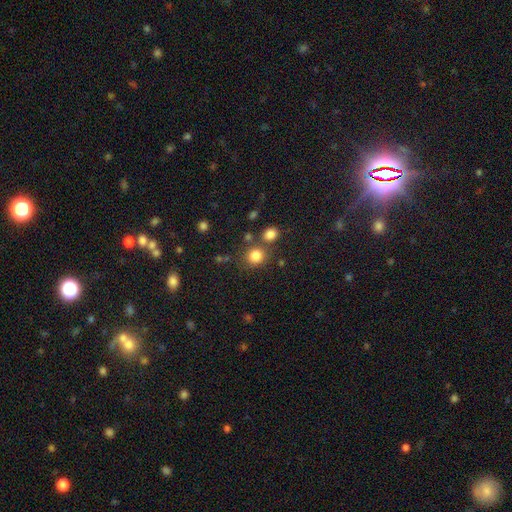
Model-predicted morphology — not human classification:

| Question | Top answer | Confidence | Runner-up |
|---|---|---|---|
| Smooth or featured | smooth | 82% | star or artifact (13%) |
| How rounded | round | 84% | in between (15%) |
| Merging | none | 71% | merger (15%) |